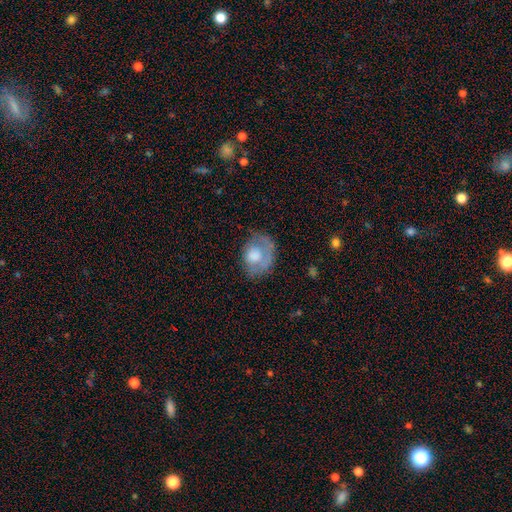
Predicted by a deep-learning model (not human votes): This is possibly a smooth galaxy (57%). How rounded: possibly in between (50%). Merging: possibly none (48%).